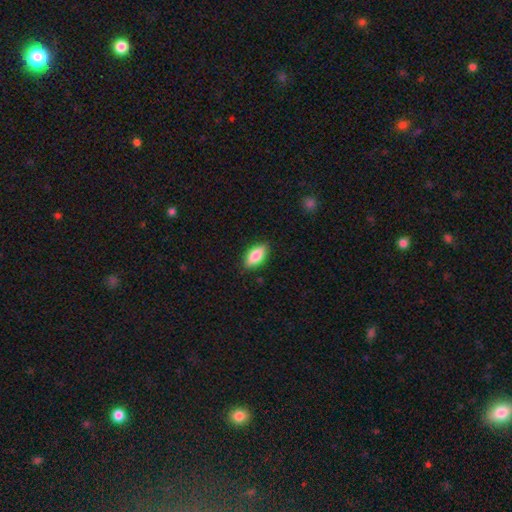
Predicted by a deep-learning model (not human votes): A smooth galaxy with no disk features (81%) that is in between round and cigar-shaped (87%). Merging: none (86%).